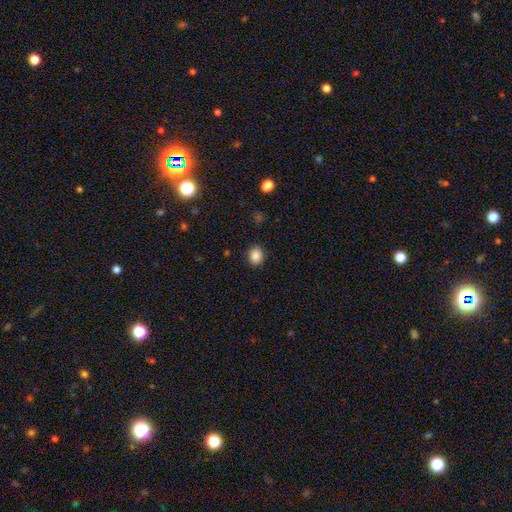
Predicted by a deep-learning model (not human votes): Overall: smooth (86%). How rounded: round (70%). Merging: none (89%).